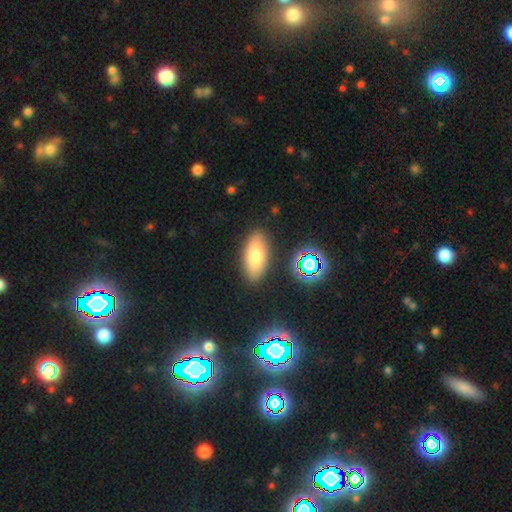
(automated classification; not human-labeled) smooth-or-featured: smooth: 72% | featured or disk: 15% | star or artifact: 13%
  how-rounded: in between: 85% | cigar-shaped: 11% | round: 4%
  merging: none: 86% | minor disturbance: 9% | major disturbance: 3% | merger: 2%